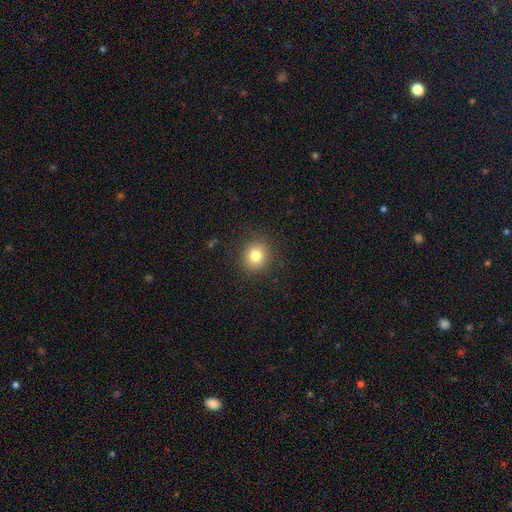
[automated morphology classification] Smooth or featured: smooth — 80% (star or artifact — 12%)
How rounded: round — 84% (in between — 15%)
Merging: none — 89% (minor disturbance — 7%)